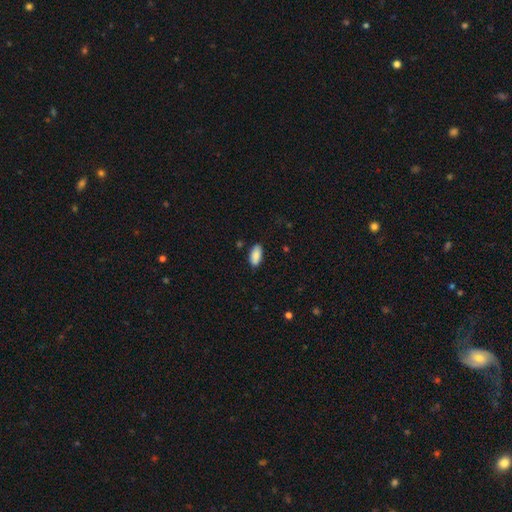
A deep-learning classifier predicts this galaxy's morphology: Smooth or featured: smooth — 88% (star or artifact — 6%)
How rounded: in between — 92% (cigar-shaped — 6%)
Merging: none — 86% (minor disturbance — 11%)